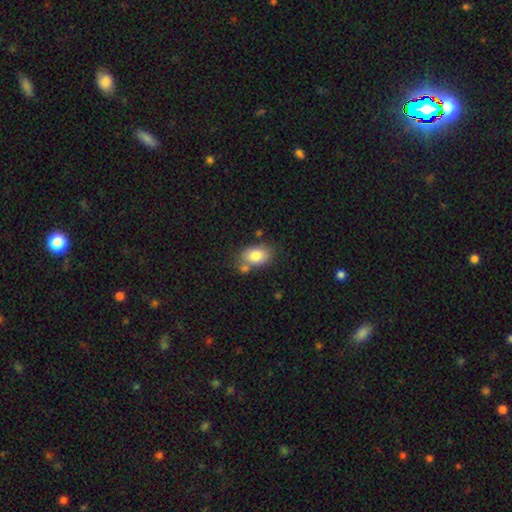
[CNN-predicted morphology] The model was most divided on "merging": none: 63%, minor disturbance: 17%, merger: 15%, major disturbance: 5%. More confident: smooth or featured — smooth (83%); how rounded — in between (82%).